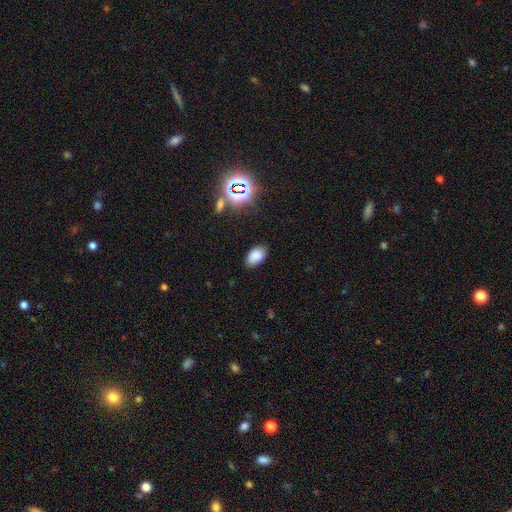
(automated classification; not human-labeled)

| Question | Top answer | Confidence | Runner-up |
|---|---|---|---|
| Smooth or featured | smooth | 80% | star or artifact (13%) |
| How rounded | in between | 89% | round (9%) |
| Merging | none | 81% | minor disturbance (14%) |